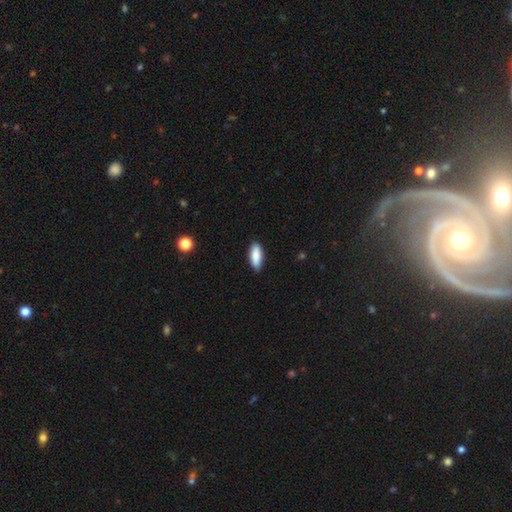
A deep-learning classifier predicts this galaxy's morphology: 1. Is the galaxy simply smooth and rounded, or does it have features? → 87% smooth, 7% featured or disk, 6% star or artifact.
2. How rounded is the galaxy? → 76% in between, 22% cigar-shaped, 2% round.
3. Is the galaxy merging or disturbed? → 86% none, 11% minor disturbance, 2% major disturbance, 1% merger.